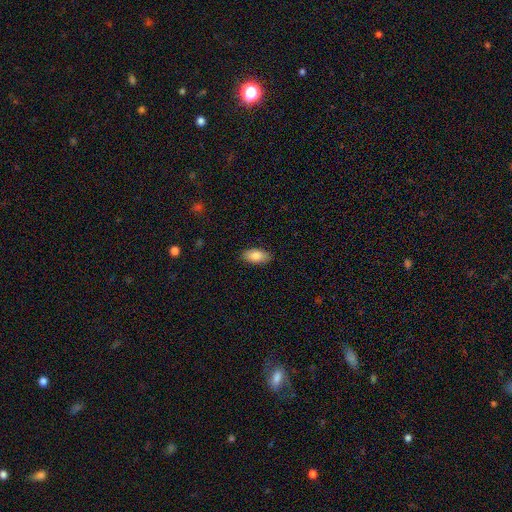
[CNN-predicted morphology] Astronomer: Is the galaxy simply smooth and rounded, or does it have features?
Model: smooth — 87%.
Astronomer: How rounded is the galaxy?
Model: in between — 92%.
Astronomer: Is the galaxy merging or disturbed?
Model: none — 88%.